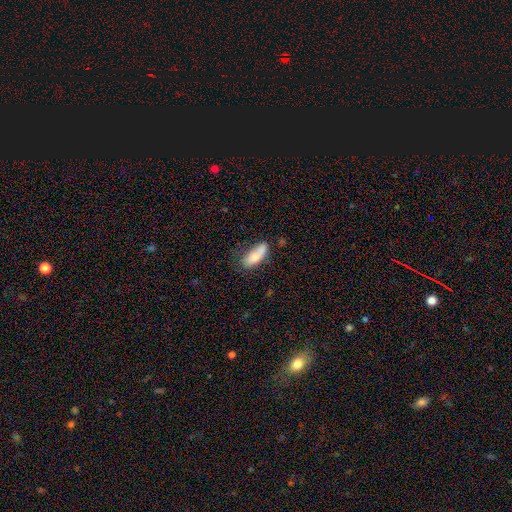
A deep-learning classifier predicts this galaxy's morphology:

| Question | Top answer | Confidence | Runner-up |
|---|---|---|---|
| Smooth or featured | smooth | 77% | featured or disk (16%) |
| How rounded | in between | 72% | cigar-shaped (26%) |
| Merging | none | 53% | minor disturbance (29%) |